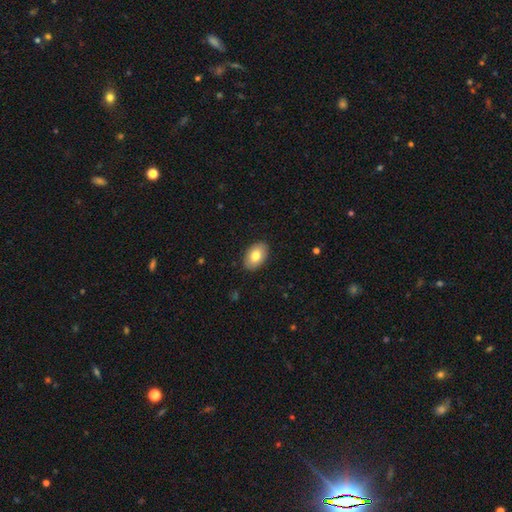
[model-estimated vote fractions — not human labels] This is likely a smooth galaxy (80%). How rounded: clearly in between (90%). Merging: clearly none (89%).